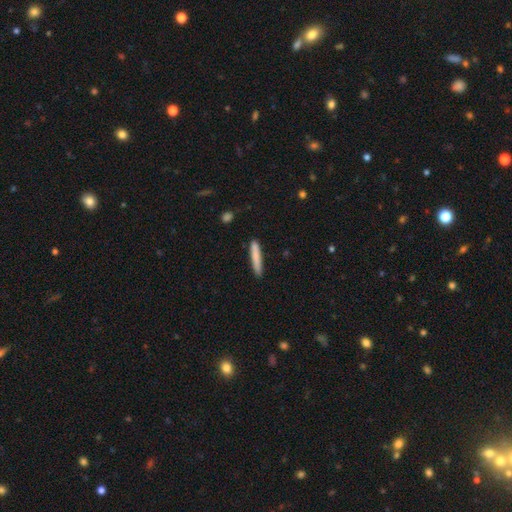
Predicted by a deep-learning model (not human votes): smooth-or-featured: smooth: 80% | featured or disk: 15% | star or artifact: 6%
  how-rounded: cigar-shaped: 94% | in between: 5% | round: 1%
  merging: none: 85% | minor disturbance: 11% | major disturbance: 2% | merger: 2%